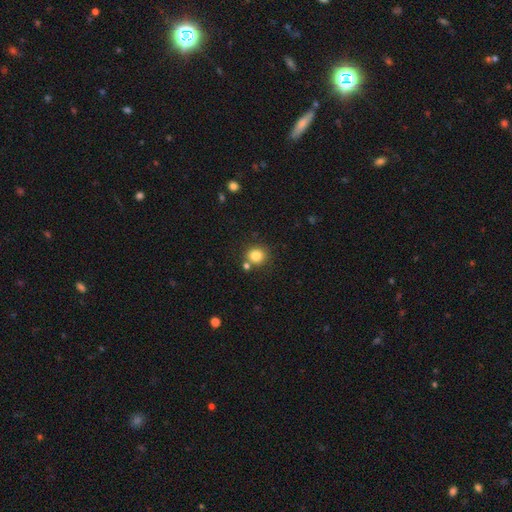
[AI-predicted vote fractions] The model was most divided on "merging": none: 74%, merger: 14%, minor disturbance: 9%, major disturbance: 3%. More confident: how rounded — round (84%); smooth or featured — smooth (82%).